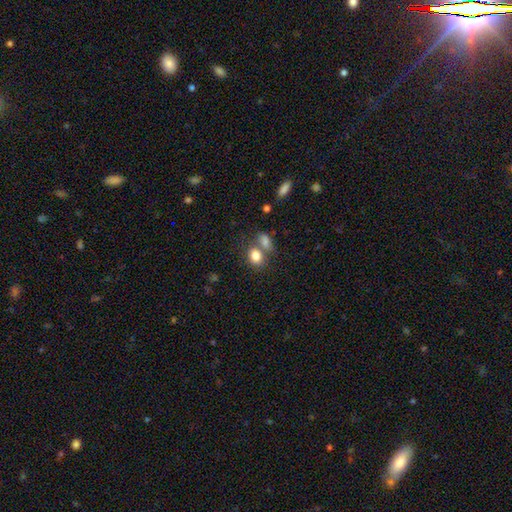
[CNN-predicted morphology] Smooth or featured?
  - smooth: 82% *
  - star or artifact: 10%
  - featured or disk: 8%
How rounded?
  - in between: 58% *
  - round: 41%
  - cigar-shaped: 1%
Merging?
  - none: 50% *
  - merger: 35%
  - minor disturbance: 11%
  - major disturbance: 4%